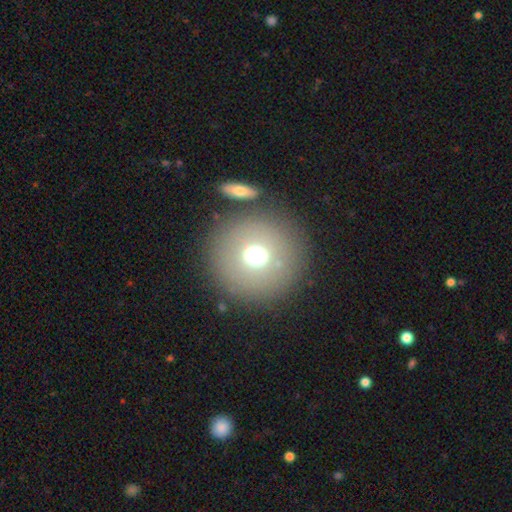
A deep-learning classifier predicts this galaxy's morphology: Smooth or featured: smooth — 65% (star or artifact — 17%)
How rounded: round — 92% (in between — 7%)
Merging: none — 79% (minor disturbance — 8%)